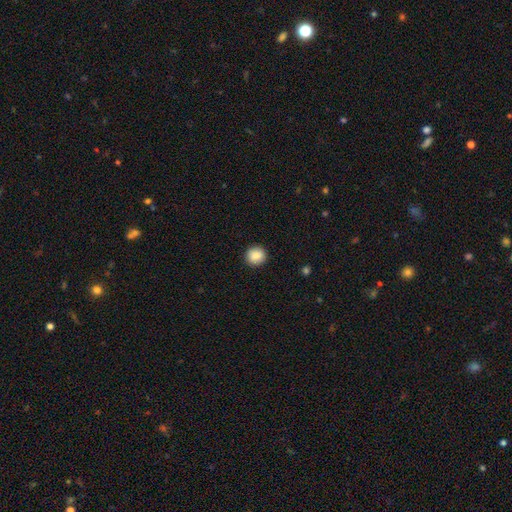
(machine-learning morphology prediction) smooth-or-featured: smooth: 88% | star or artifact: 8% | featured or disk: 4%
  how-rounded: round: 91% | in between: 8% | cigar-shaped: 1%
  merging: none: 91% | minor disturbance: 6% | major disturbance: 2% | merger: 1%